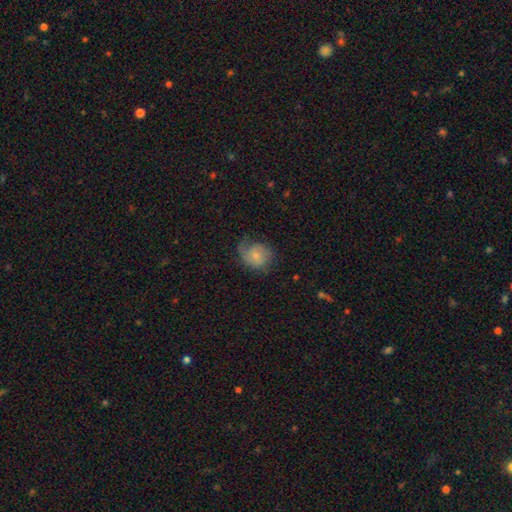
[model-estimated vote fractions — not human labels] A smooth galaxy with no disk features (56%) that is round (64%).

Vote fractions:
- Smooth or featured? smooth: 56% / featured or disk: 36% / star or artifact: 8%
- How rounded? round: 64% / in between: 35% / cigar-shaped: 1%
- Merging? none: 44% / minor disturbance: 31% / major disturbance: 23% / merger: 2%